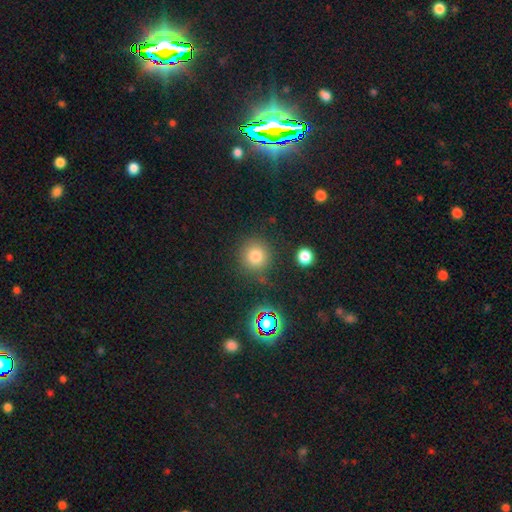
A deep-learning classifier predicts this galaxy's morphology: Smooth or featured?
  - smooth: 76% *
  - star or artifact: 16%
  - featured or disk: 8%
How rounded?
  - round: 93% *
  - in between: 6%
  - cigar-shaped: 1%
Merging?
  - none: 83% *
  - minor disturbance: 9%
  - merger: 4%
  - major disturbance: 4%